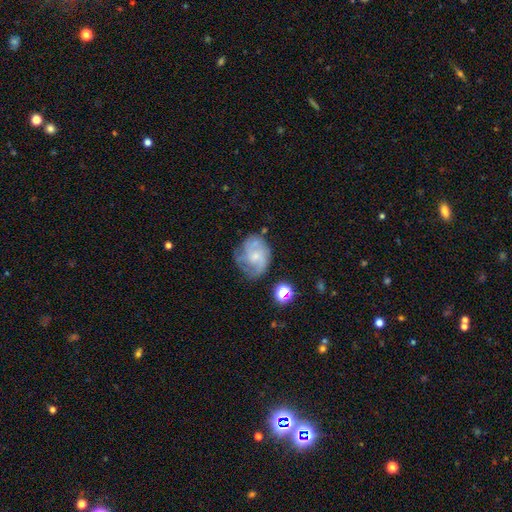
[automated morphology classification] Smooth or featured: featured or disk — 66% (smooth — 25%)
Edge-on disk: no — 98% (yes — 2%)
Bar: no — 67% (weak — 29%)
Spiral arms: yes — 84% (no — 16%)
Spiral winding: medium — 43% (tight — 37%)
Spiral arm count: can't tell — 35% (3 — 26%)
Bulge size: small — 54% (moderate — 29%)
Merging: none — 57% (minor disturbance — 24%)